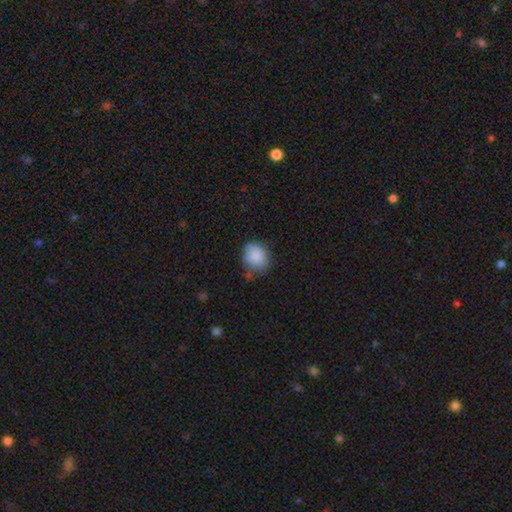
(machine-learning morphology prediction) The model was most divided on "how rounded": round: 65%, in between: 34%, cigar-shaped: 1%. More confident: smooth or featured — smooth (87%); merging — none (67%).